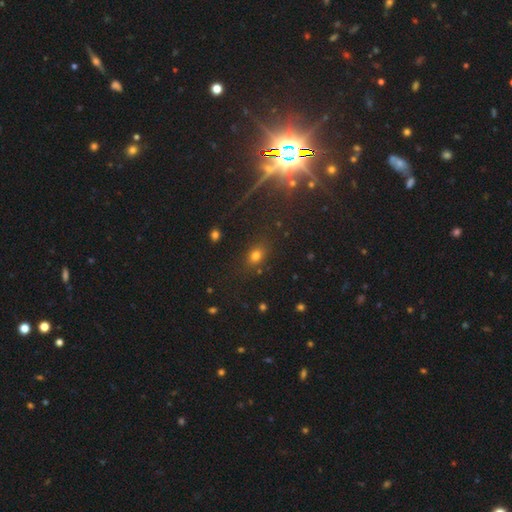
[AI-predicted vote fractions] This appears to be a smooth galaxy with no disk features (71%) that is in between round and cigar-shaped (58%). Merging: none (80%).